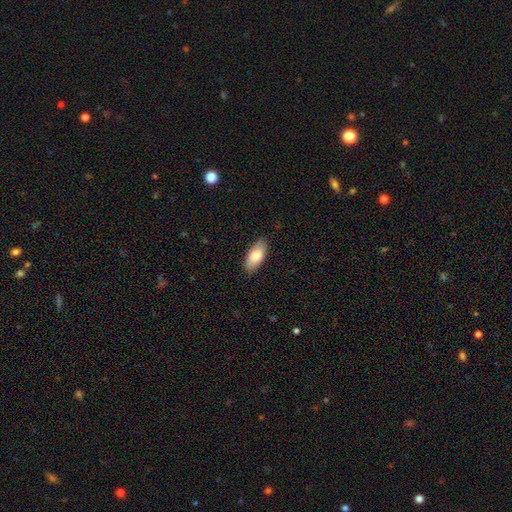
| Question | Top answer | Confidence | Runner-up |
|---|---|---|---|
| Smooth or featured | smooth | 67% | featured or disk (26%) |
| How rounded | in between | 85% | cigar-shaped (15%) |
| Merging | none | 86% | minor disturbance (14%) |